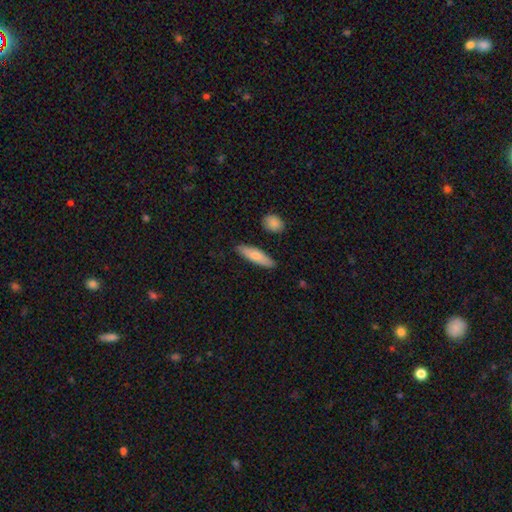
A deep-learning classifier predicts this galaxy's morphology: This is likely a smooth galaxy (75%). How rounded: possibly cigar-shaped (57%). Merging: clearly none (86%).